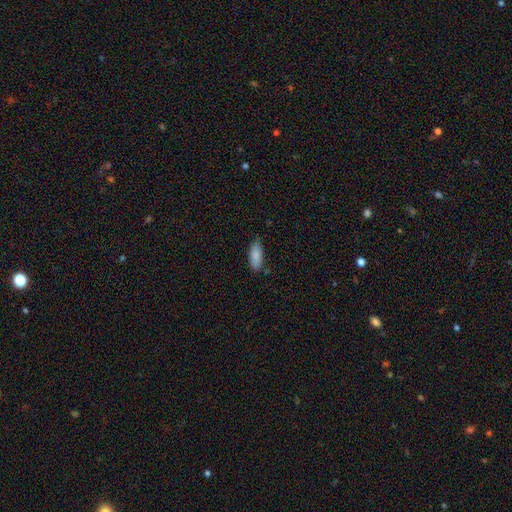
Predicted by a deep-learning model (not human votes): smooth_or_featured: smooth (p=0.87) [alt: featured or disk p=0.06]
how_rounded: in between (p=0.80) [alt: cigar-shaped p=0.19]
merging: none (p=0.79) [alt: minor disturbance p=0.17]